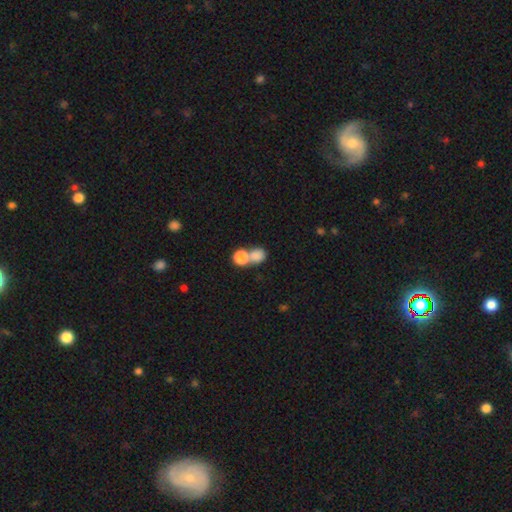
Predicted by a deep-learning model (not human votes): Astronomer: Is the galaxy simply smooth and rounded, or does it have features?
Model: smooth — 80%.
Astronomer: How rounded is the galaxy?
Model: round — 65%.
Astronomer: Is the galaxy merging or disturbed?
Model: merger — 53% (runner-up: none, 35%).